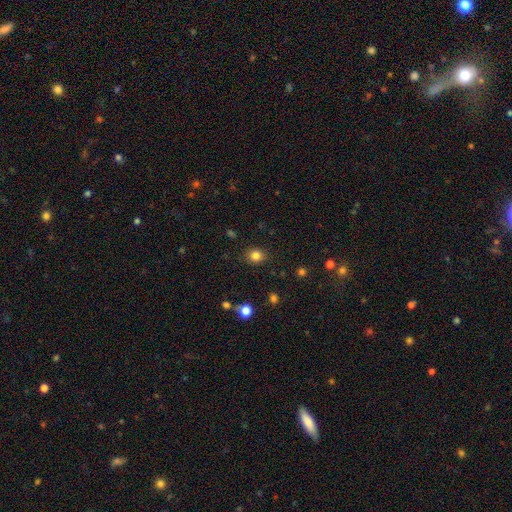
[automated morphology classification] Overall: smooth (83%). How rounded: round (69%; in between 30%). Merging: none (87%).